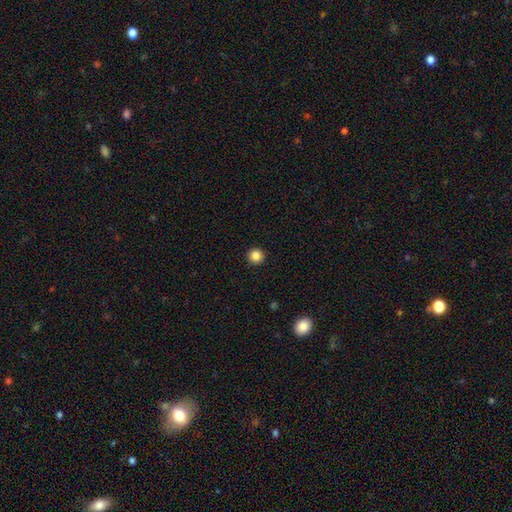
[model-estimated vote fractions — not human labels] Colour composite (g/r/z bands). It shows a smooth galaxy with no disk features (86%) that is round (95%). Merging: none (93%).